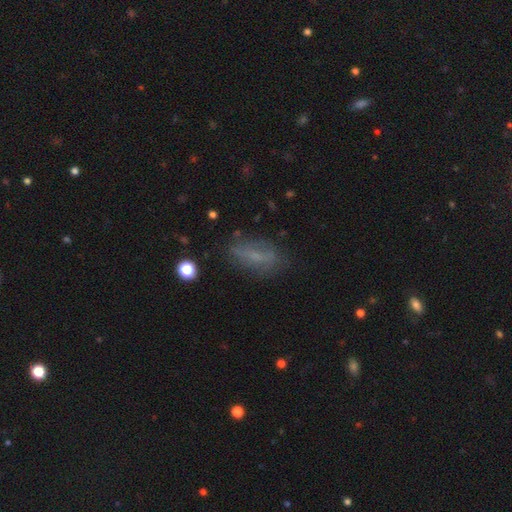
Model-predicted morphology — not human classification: Smooth or featured: smooth — 52% (featured or disk — 34%)
How rounded: in between — 72% (cigar-shaped — 23%)
Merging: none — 70% (minor disturbance — 20%)